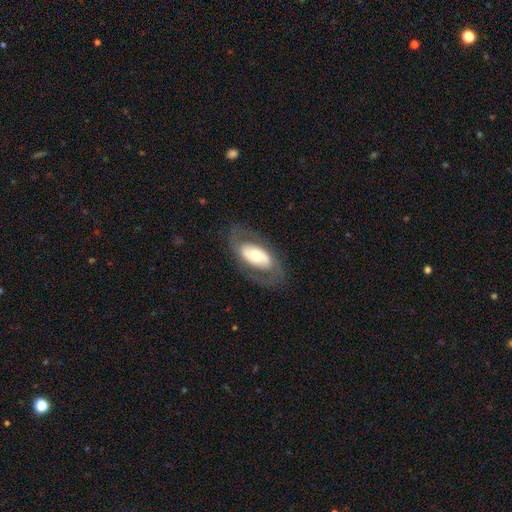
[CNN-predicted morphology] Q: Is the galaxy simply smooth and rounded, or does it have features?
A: featured or disk — 64%.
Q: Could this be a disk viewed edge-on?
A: no — 91%.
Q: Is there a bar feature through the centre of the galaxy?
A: no — 50%.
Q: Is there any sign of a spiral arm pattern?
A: yes — 64%.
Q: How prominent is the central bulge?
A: moderate — 55%.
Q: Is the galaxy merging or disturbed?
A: none — 73%.